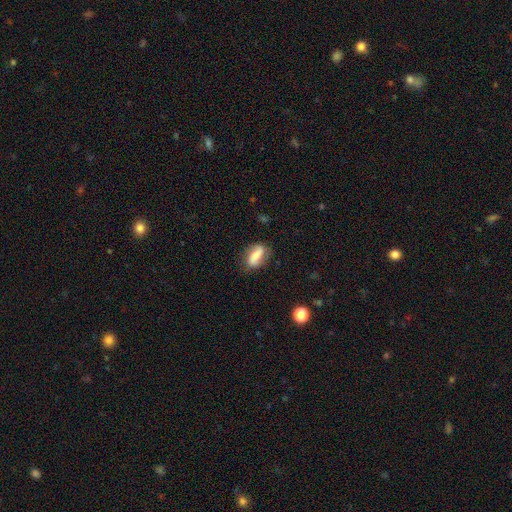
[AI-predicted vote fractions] Smooth or featured: smooth — 56% (featured or disk — 35%)
How rounded: in between — 81% (cigar-shaped — 11%)
Merging: none — 72% (minor disturbance — 20%)